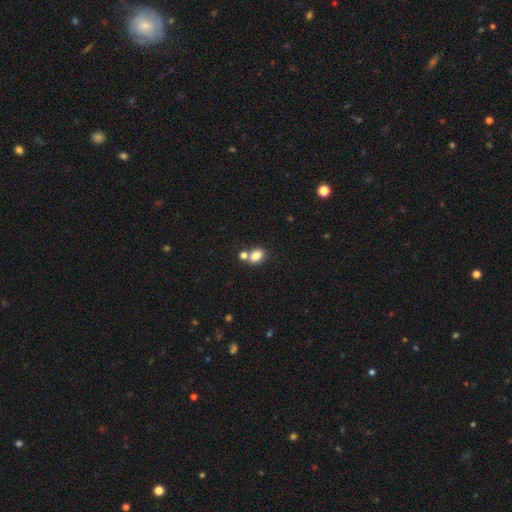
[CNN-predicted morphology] Smooth or featured? Predicted: smooth (p=0.82). How rounded? Predicted: in between (p=0.68). Merging? Predicted: none (p=0.54).